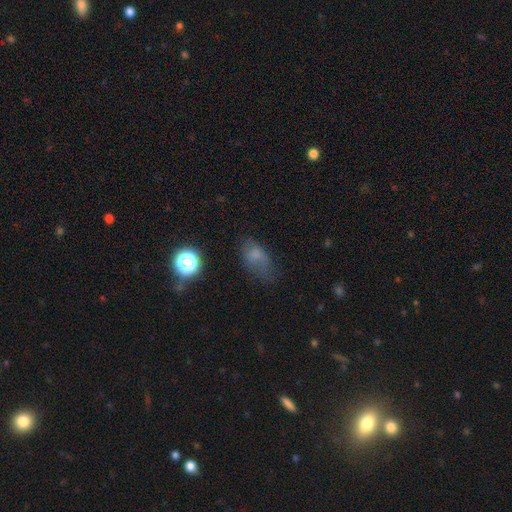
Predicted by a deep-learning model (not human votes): Smooth or featured? smooth (65%)
How rounded? in between (83%)
Merging? none (43%)